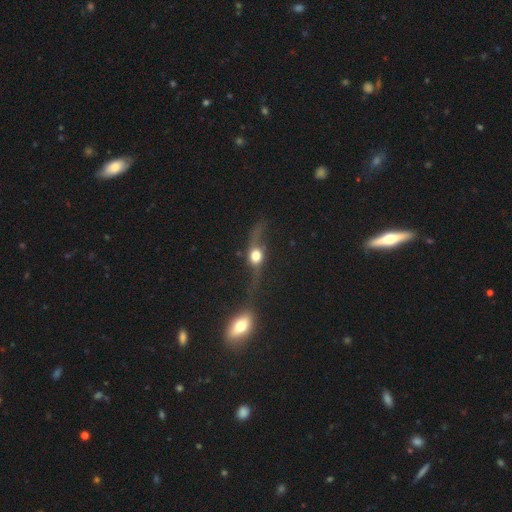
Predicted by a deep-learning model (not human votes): smooth-or-featured: featured or disk: 52% | smooth: 34% | star or artifact: 14%
  disk-edge-on: no: 51% | yes: 49%
  merging: none: 38% | major disturbance: 28% | merger: 18% | minor disturbance: 16%